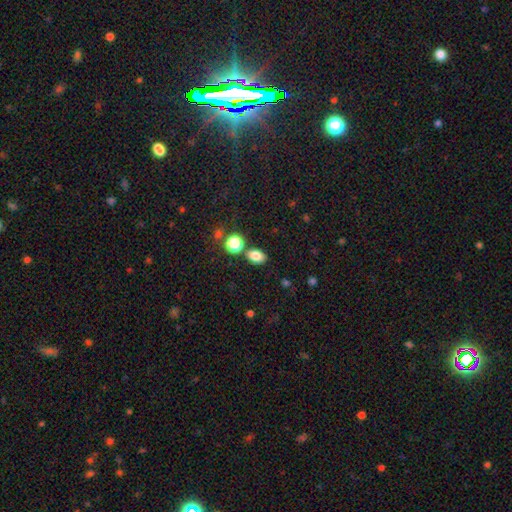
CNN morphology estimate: A smooth galaxy with no disk features (81%) that is in between round and cigar-shaped (77%).

Vote fractions:
- Smooth or featured? smooth: 81% / star or artifact: 13% / featured or disk: 6%
- How rounded? in between: 77% / round: 22% / cigar-shaped: 1%
- Merging? none: 78% / minor disturbance: 10% / merger: 9% / major disturbance: 3%